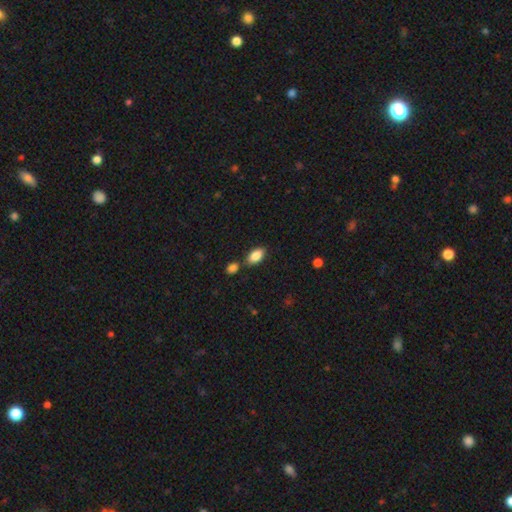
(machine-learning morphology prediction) smooth-or-featured: smooth: 87% | star or artifact: 7% | featured or disk: 6%
  how-rounded: in between: 92% | round: 4% | cigar-shaped: 4%
  merging: none: 72% | merger: 14% | minor disturbance: 12% | major disturbance: 3%